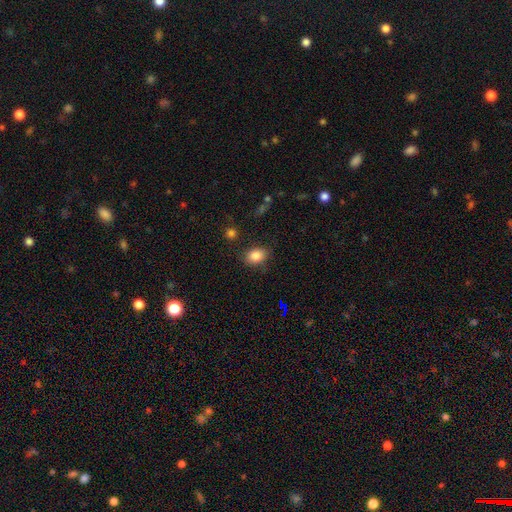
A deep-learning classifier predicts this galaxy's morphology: smooth_or_featured: smooth (p=0.86) [alt: star or artifact p=0.09]
how_rounded: in between (p=0.65) [alt: round p=0.34]
merging: none (p=0.80) [alt: minor disturbance p=0.13]